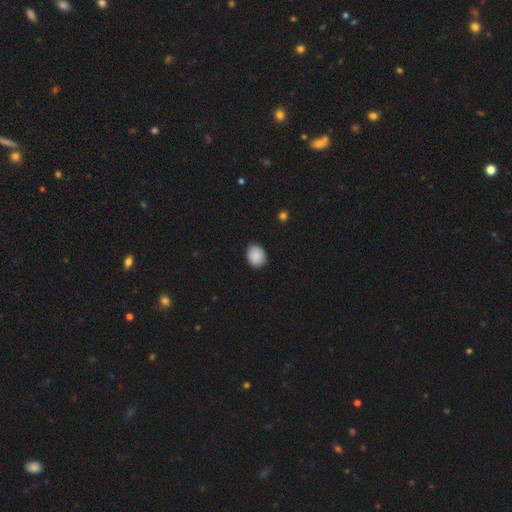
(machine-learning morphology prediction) smooth_or_featured: smooth (p=0.89) [alt: star or artifact p=0.08]
how_rounded: round (p=0.52) [alt: in between p=0.47]
merging: none (p=0.86) [alt: minor disturbance p=0.11]